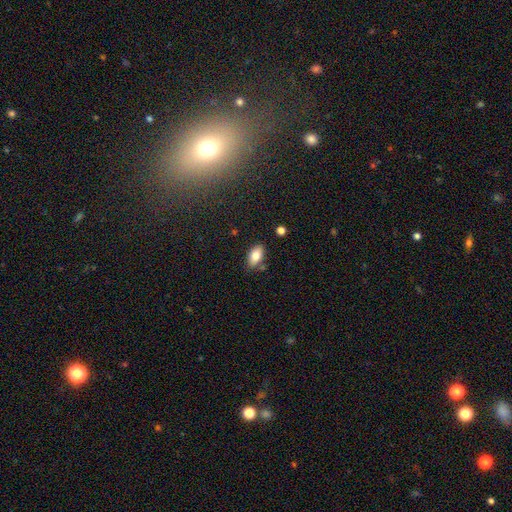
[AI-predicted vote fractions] Smooth or featured: smooth — 82% (featured or disk — 11%)
How rounded: in between — 93% (round — 4%)
Merging: none — 81% (minor disturbance — 12%)